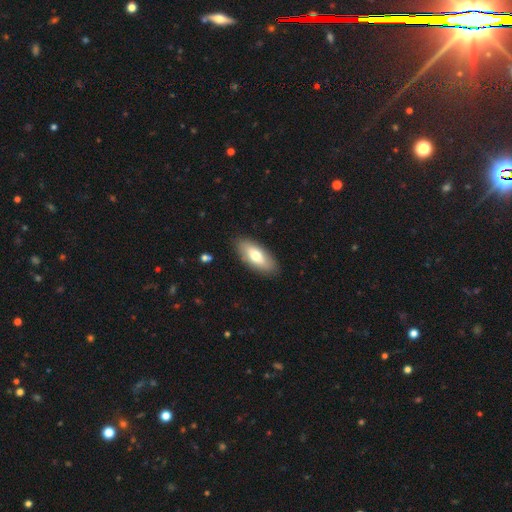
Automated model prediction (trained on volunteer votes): Smooth or featured?
  - smooth: 69% *
  - featured or disk: 25%
  - star or artifact: 6%
How rounded?
  - in between: 85% *
  - cigar-shaped: 12%
  - round: 2%
Merging?
  - none: 87% *
  - minor disturbance: 10%
  - major disturbance: 2%
  - merger: 1%